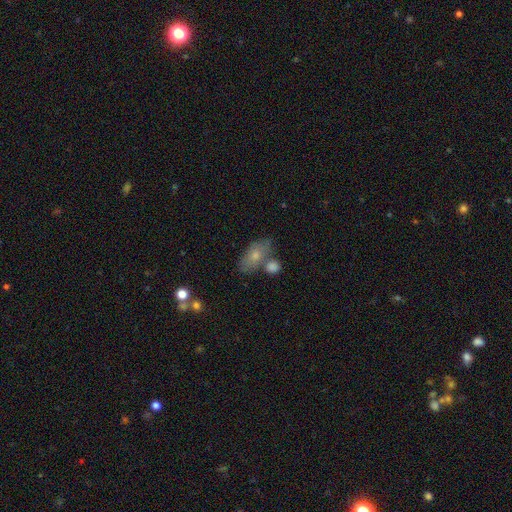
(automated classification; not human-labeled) A smooth galaxy with no disk features (69%) that is in between round and cigar-shaped (83%). Merging: none (54%).